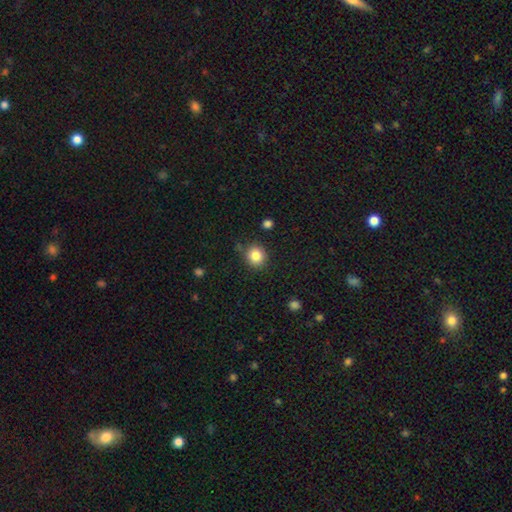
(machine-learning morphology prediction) Smooth or featured: smooth — 84% (star or artifact — 10%)
How rounded: round — 86% (in between — 13%)
Merging: none — 84% (minor disturbance — 10%)